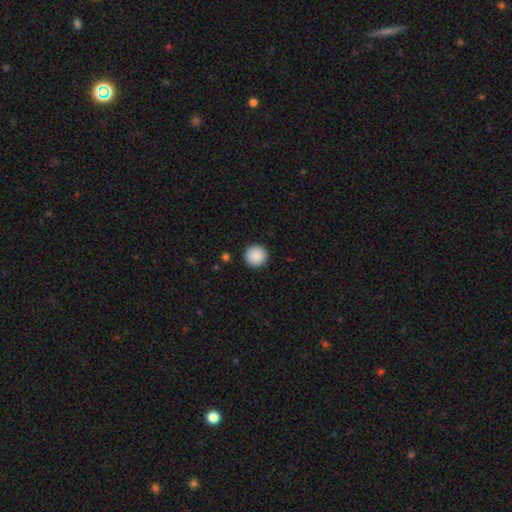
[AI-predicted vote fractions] smooth 89%, star or artifact 8%, featured or disk 3%. Down the decision tree: how rounded — round (95%); merging — none (92%).